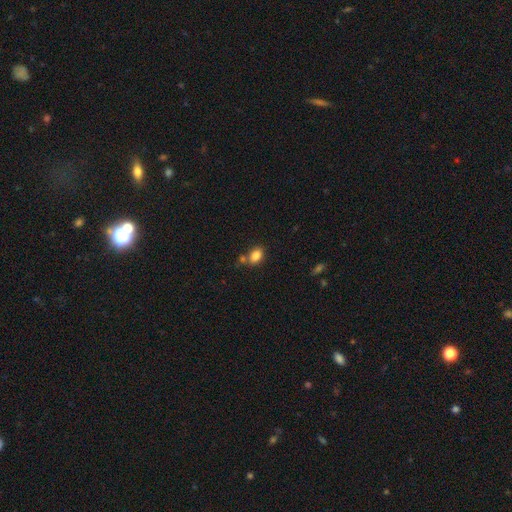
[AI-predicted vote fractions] smooth 84%, star or artifact 10%, featured or disk 6%. Down the decision tree: how rounded — in between (80%); merging — none (63%).